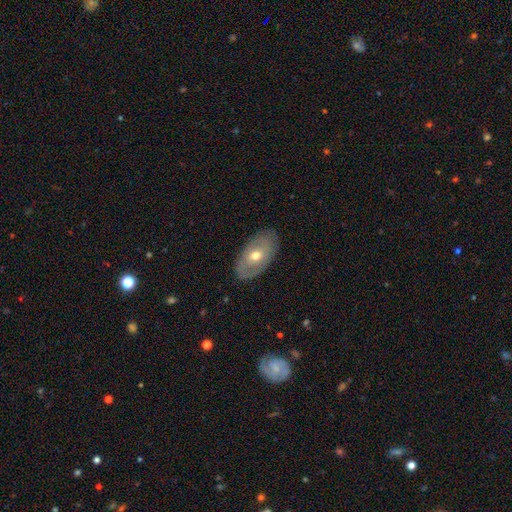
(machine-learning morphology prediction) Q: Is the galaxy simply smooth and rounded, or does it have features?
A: smooth — 50%.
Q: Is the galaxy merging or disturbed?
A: none — 83%.